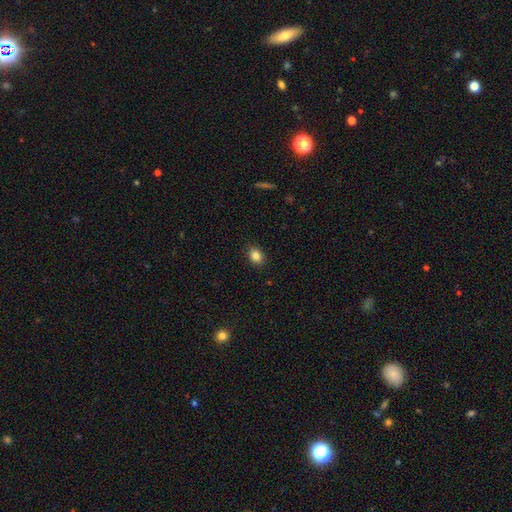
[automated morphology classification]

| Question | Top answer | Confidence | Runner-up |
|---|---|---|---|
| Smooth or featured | smooth | 85% | star or artifact (10%) |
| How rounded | in between | 70% | round (29%) |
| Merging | none | 88% | minor disturbance (9%) |